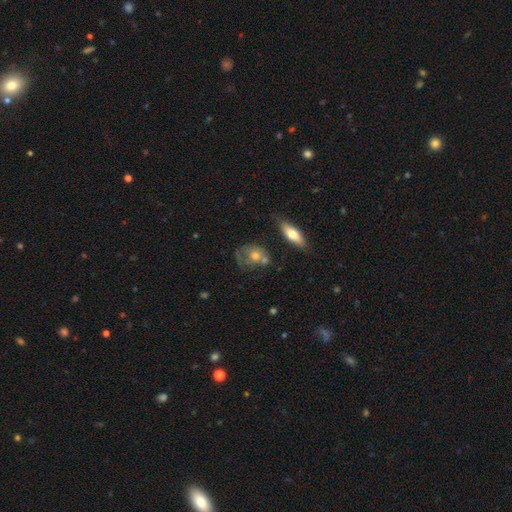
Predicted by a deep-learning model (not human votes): This is possibly a smooth galaxy (46%). Merging: possibly none (45%).